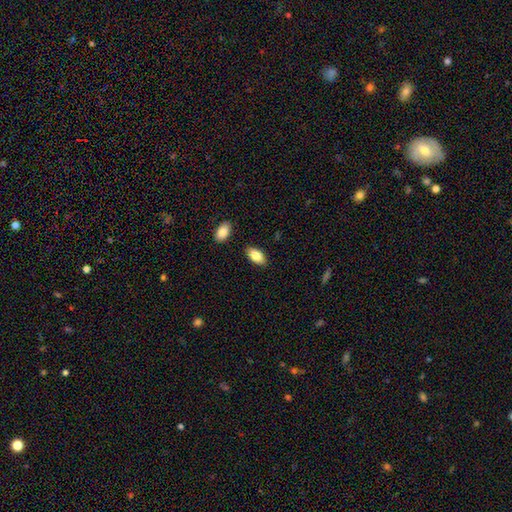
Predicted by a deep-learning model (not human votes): smooth-or-featured: smooth: 85% | featured or disk: 9% | star or artifact: 7%
  how-rounded: in between: 93% | cigar-shaped: 4% | round: 3%
  merging: none: 86% | minor disturbance: 9% | merger: 3% | major disturbance: 2%